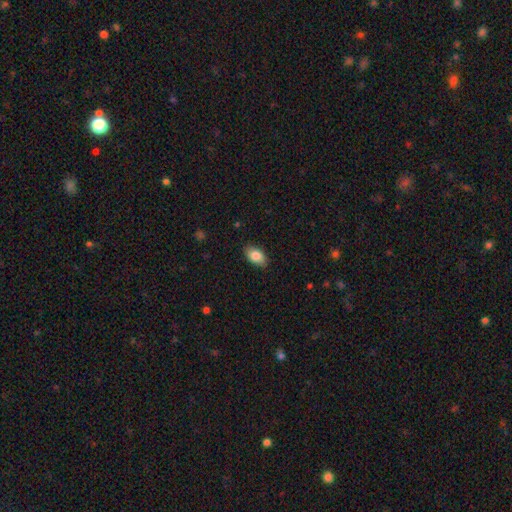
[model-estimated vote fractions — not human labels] This appears to be a smooth galaxy with no disk features (85%) that is in between round and cigar-shaped (91%). Merging: none (86%).